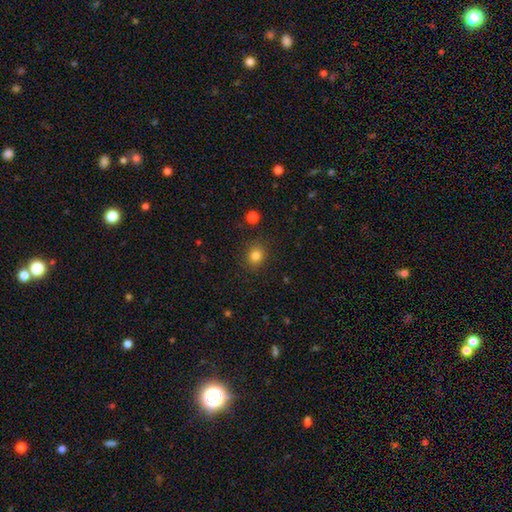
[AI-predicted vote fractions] A smooth galaxy with no disk features (82%) that is round (72%).

Vote fractions:
- Smooth or featured? smooth: 82% / star or artifact: 12% / featured or disk: 6%
- How rounded? round: 72% / in between: 27% / cigar-shaped: 1%
- Merging? none: 88% / minor disturbance: 8% / major disturbance: 2% / merger: 2%